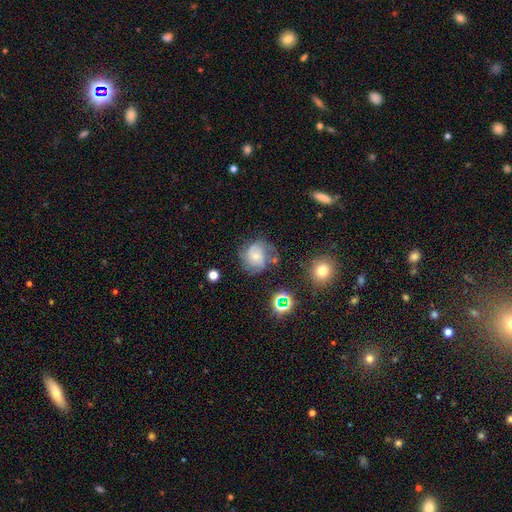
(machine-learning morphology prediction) Smooth or featured?
  - featured or disk: 59% *
  - smooth: 28%
  - star or artifact: 13%
Edge-on disk?
  - no: 98% *
  - yes: 2%
Bar?
  - no: 70% *
  - weak: 25%
  - strong: 5%
Spiral arms?
  - yes: 88% *
  - no: 12%
Spiral winding?
  - medium: 43% *
  - tight: 39%
  - loose: 18%
Spiral arm count?
  - 2: 33% *
  - can't tell: 30%
  - 3: 22%
  - 1: 6%
  - 4: 6%
  - more than 4: 4%
Bulge size?
  - small: 57% *
  - moderate: 33%
  - none: 5%
  - large: 3%
  - dominant: 1%
Merging?
  - none: 54% *
  - minor disturbance: 24%
  - major disturbance: 17%
  - merger: 5%